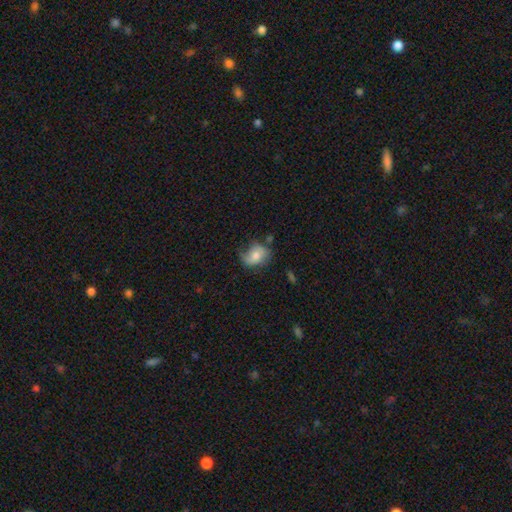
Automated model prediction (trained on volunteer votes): This appears to be a smooth galaxy with no disk features (55%) that is in between round and cigar-shaped (59%). Merging: none (49%).